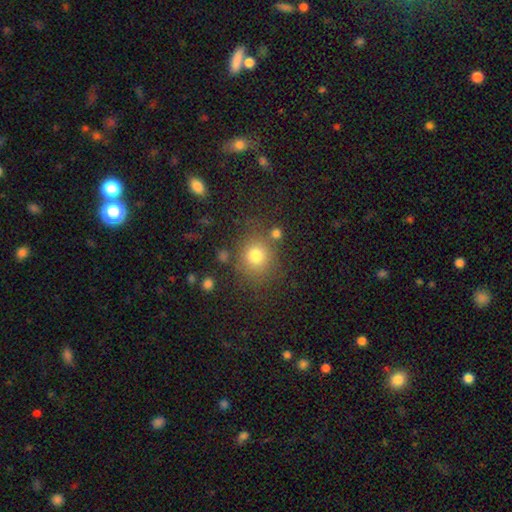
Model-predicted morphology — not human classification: Smooth or featured: smooth — 77% (star or artifact — 14%)
How rounded: round — 82% (in between — 17%)
Merging: none — 75% (minor disturbance — 12%)